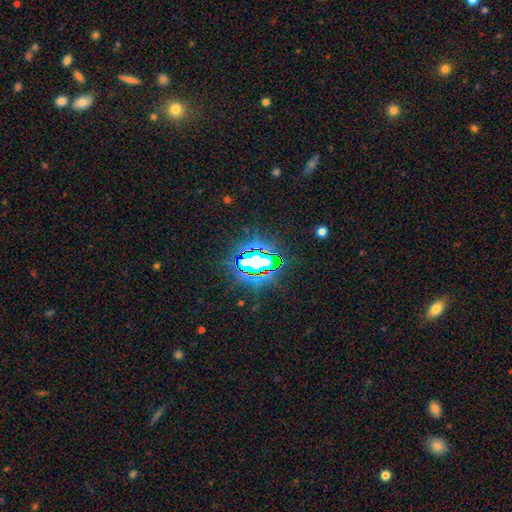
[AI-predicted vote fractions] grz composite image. It shows a star or artifact, not a galaxy (82%).